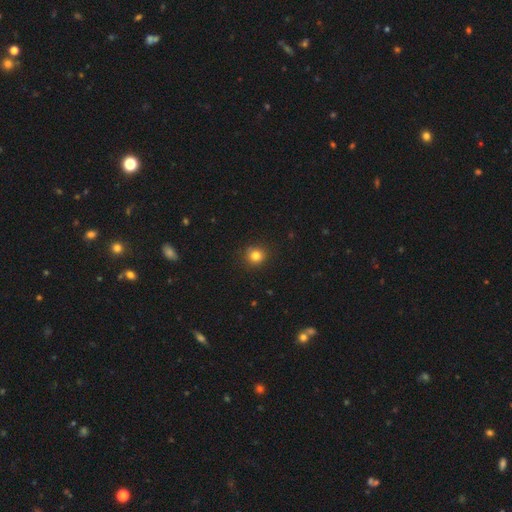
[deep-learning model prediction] A smooth galaxy with no disk features (82%) that is round (92%). Merging: none (90%).